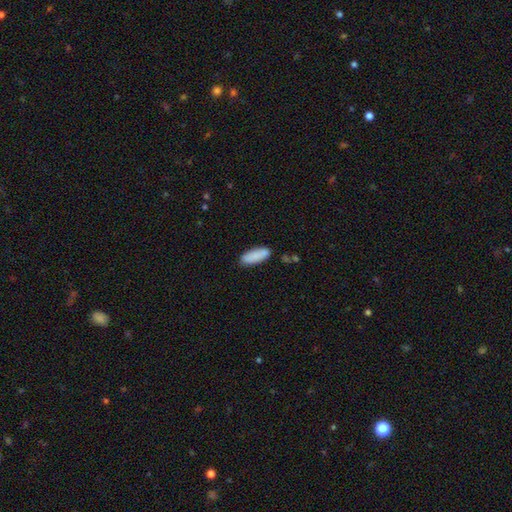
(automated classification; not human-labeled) Morphology: type=smooth (87%); roundness=in between (65%); merging=none (83%).